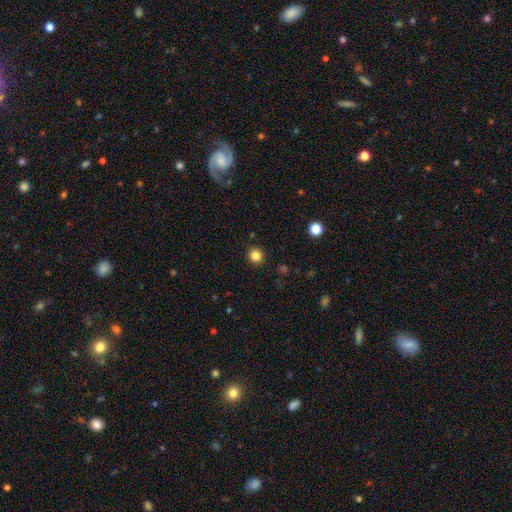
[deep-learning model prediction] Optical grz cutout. It shows a smooth galaxy with no disk features (83%) that is round (88%). Merging: none (91%).